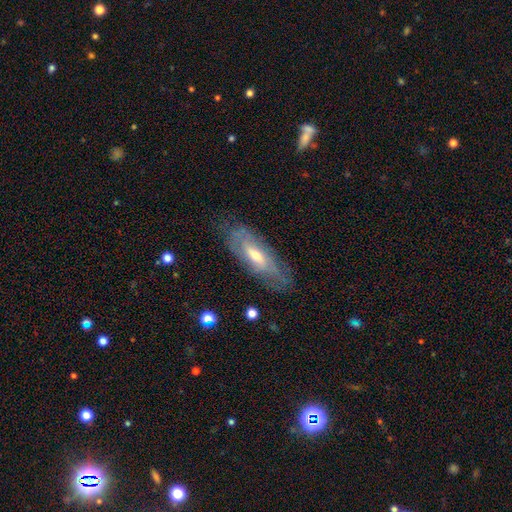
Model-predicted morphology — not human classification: A featured or disk galaxy (61%). Merging: none (70%).